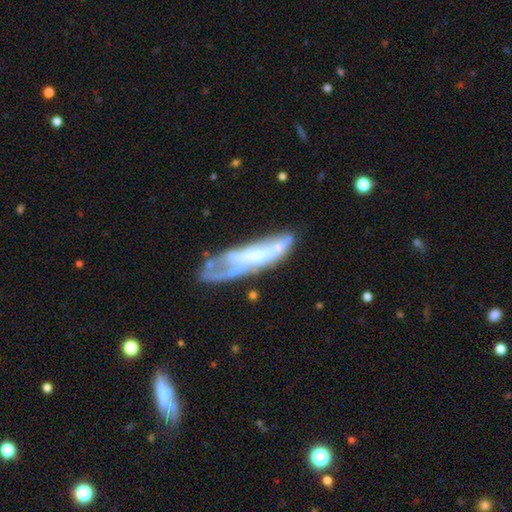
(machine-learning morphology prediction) Q: Smooth or featured?
A: featured or disk (65%); runner-up: smooth (27%)
Q: Edge-on disk?
A: no (67%); runner-up: yes (33%)
Q: Merging?
A: none (41%); runner-up: minor disturbance (25%)